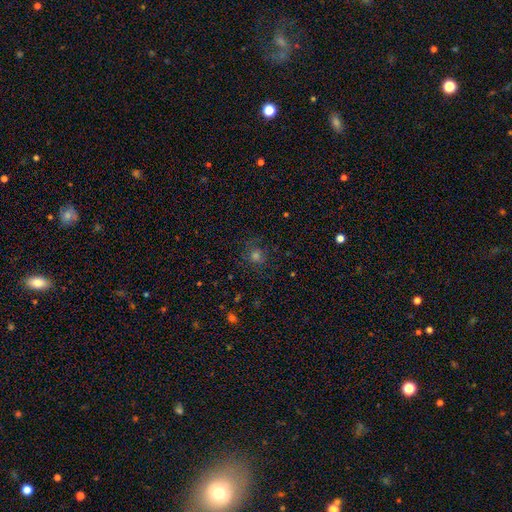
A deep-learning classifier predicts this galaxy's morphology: smooth 52%, star or artifact 33%, featured or disk 15%. Down the decision tree: how rounded — round (87%); merging — none (78%).